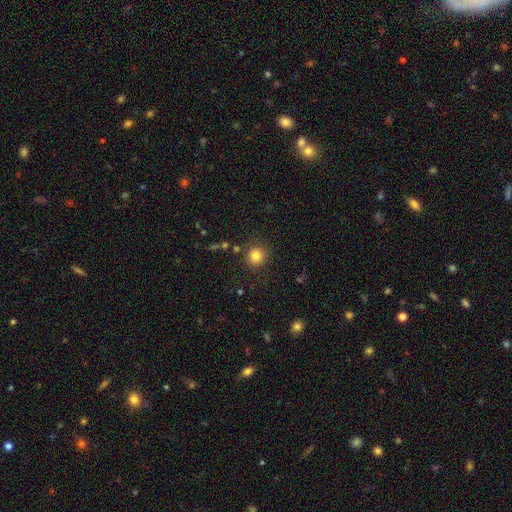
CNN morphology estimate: Smooth or featured? smooth (82%)
How rounded? round (91%)
Merging? none (87%)